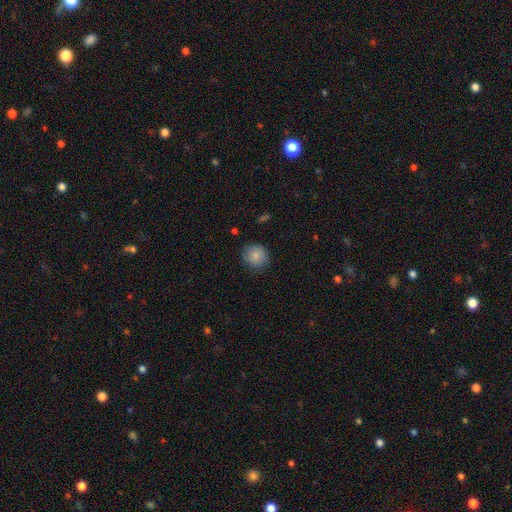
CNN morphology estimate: Smooth or featured?
  - smooth: 85% *
  - star or artifact: 8%
  - featured or disk: 7%
How rounded?
  - round: 90% *
  - in between: 9%
  - cigar-shaped: 1%
Merging?
  - none: 85% *
  - minor disturbance: 11%
  - major disturbance: 3%
  - merger: 1%